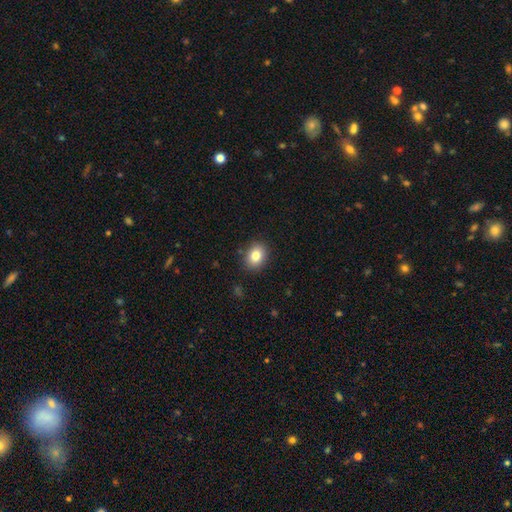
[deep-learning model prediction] This is clearly a smooth galaxy (82%). How rounded: possibly in between (58%). Merging: clearly none (88%).